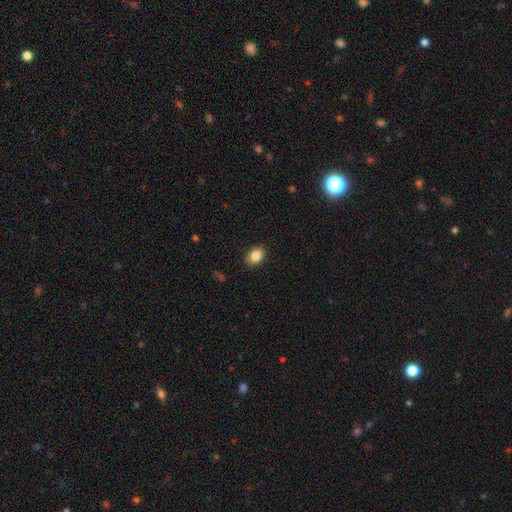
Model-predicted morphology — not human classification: Overall: smooth (84%). How rounded: in between (73%). Merging: none (88%).